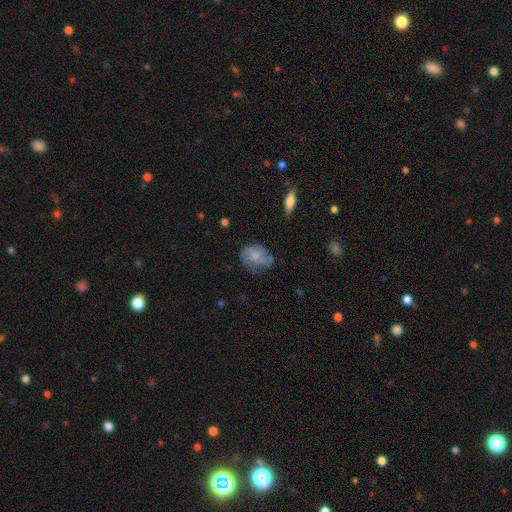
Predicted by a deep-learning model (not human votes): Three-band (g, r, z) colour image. It shows a smooth galaxy with no disk features (52%) that is in between round and cigar-shaped (65%). Merging: none (55%).